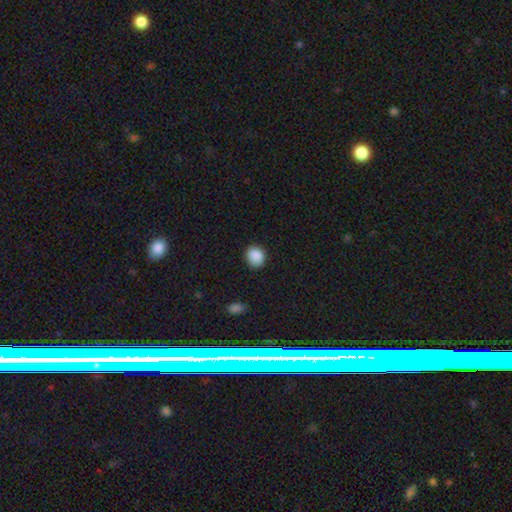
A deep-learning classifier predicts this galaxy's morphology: Smooth or featured? smooth (89%)
How rounded? round (70%)
Merging? none (85%)